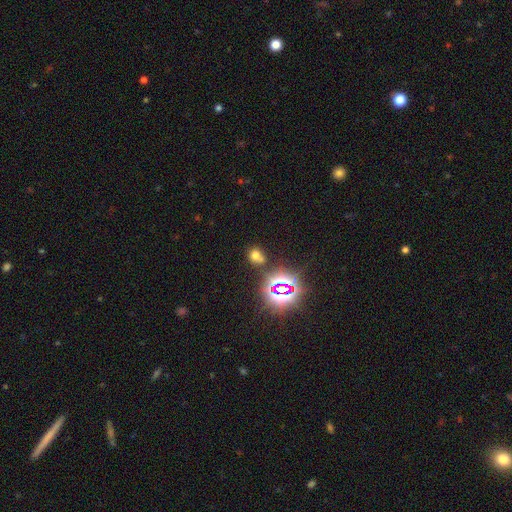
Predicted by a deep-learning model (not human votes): smooth_or_featured: smooth (p=0.54) [alt: star or artifact p=0.36]
how_rounded: round (p=0.66) [alt: in between p=0.33]
merging: none (p=0.62) [alt: merger p=0.21]